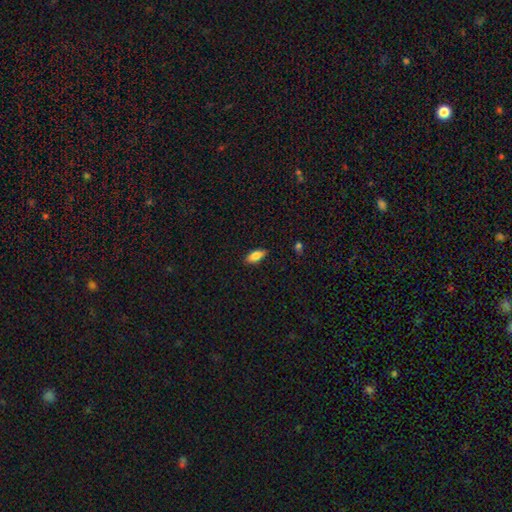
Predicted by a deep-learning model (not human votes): The model was most divided on "smooth or featured": smooth: 81%, featured or disk: 12%, star or artifact: 7%. More confident: how rounded — in between (85%); merging — none (84%).